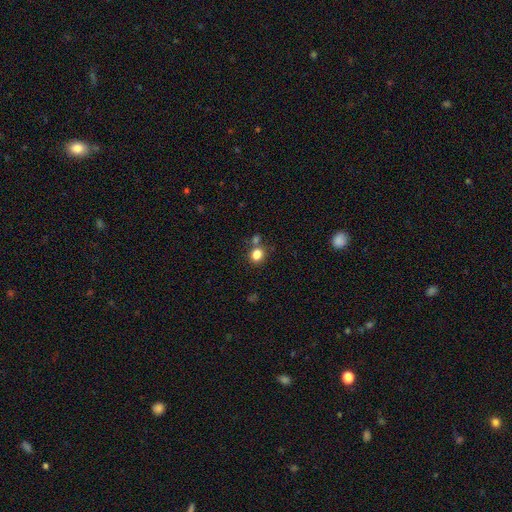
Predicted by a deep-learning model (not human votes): smooth-or-featured: smooth: 82% | star or artifact: 13% | featured or disk: 6%
  how-rounded: round: 73% | in between: 26% | cigar-shaped: 1%
  merging: none: 67% | merger: 19% | minor disturbance: 10% | major disturbance: 4%